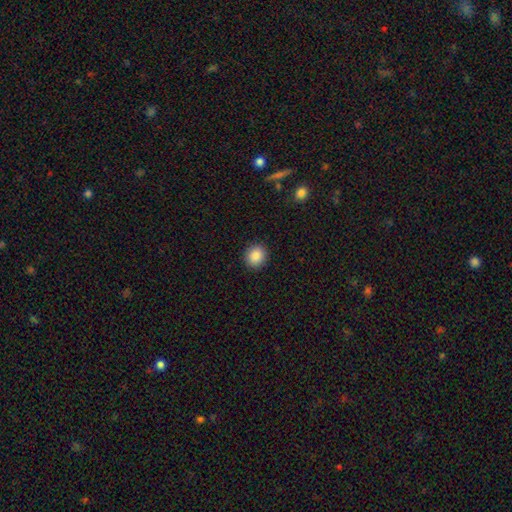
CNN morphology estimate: This is clearly a smooth galaxy (88%). How rounded: clearly round (81%). Merging: clearly none (91%).